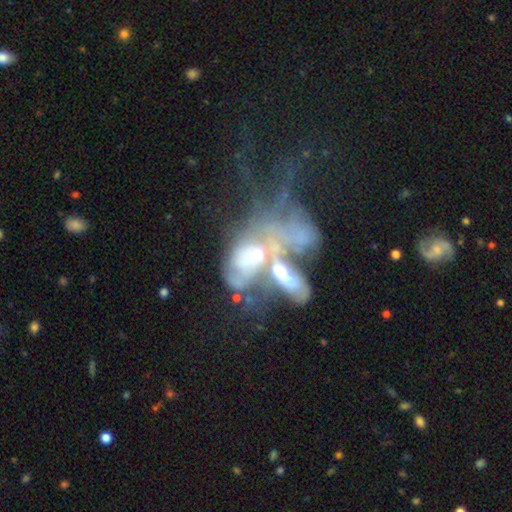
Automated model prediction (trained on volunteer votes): Smooth or featured: featured or disk — 63% (smooth — 24%)
Edge-on disk: no — 93% (yes — 7%)
Bar: no — 79% (weak — 15%)
Spiral arms: no — 66% (yes — 34%)
Bulge size: moderate — 48% (small — 25%)
Merging: merger — 64% (major disturbance — 23%)